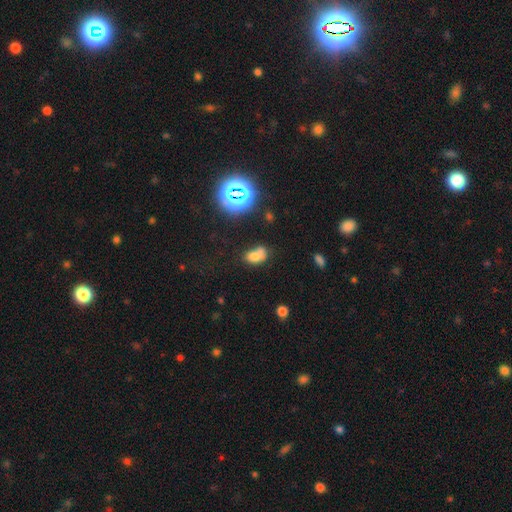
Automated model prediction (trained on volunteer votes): Overall: smooth (65%). How rounded: in between (74%). Merging: merger (50%; none 29%).